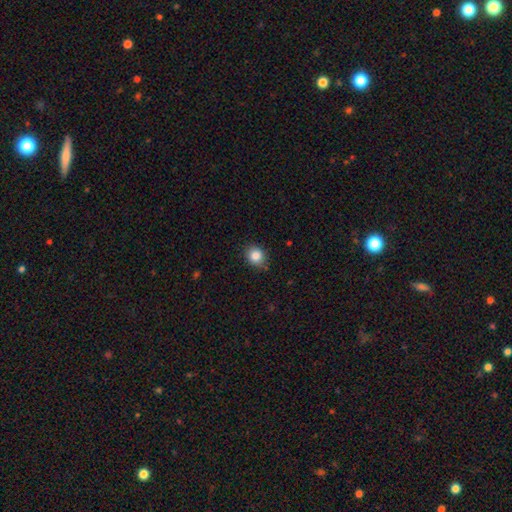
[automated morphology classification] This is clearly a smooth galaxy (84%). How rounded: likely round (65%). Merging: clearly none (82%).